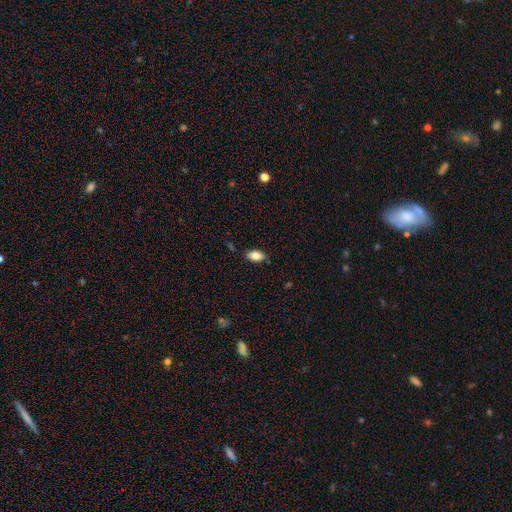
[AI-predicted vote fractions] Overall: smooth (84%). How rounded: in between (92%). Merging: none (83%).